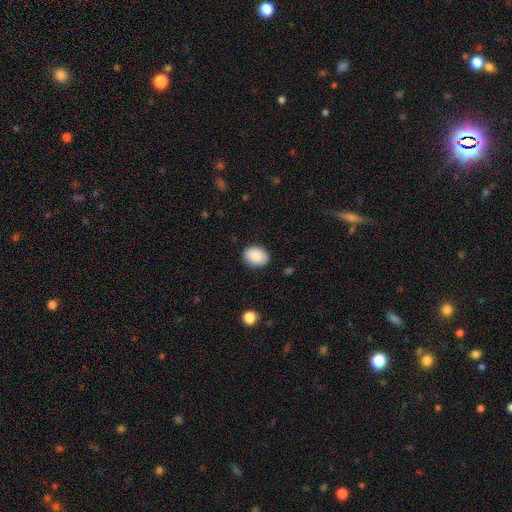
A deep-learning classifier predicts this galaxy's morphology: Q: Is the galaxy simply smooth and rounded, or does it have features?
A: smooth — 89%.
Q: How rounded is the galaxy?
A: in between — 64%.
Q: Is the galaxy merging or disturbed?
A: none — 85%.